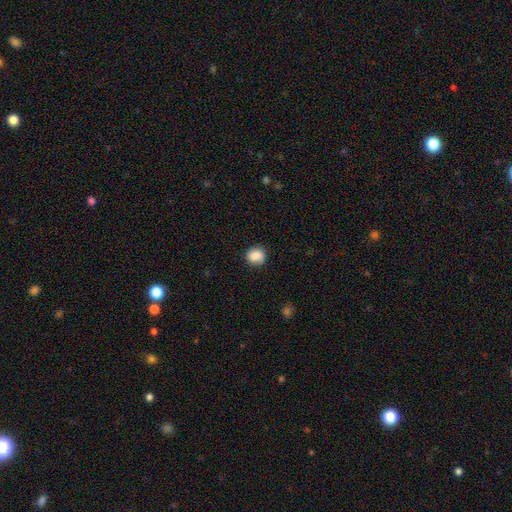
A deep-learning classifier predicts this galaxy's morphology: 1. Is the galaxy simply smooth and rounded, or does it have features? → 86% smooth, 8% star or artifact, 6% featured or disk.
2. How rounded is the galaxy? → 78% round, 21% in between, 1% cigar-shaped.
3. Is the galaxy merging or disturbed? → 82% none, 13% minor disturbance, 3% major disturbance, 1% merger.